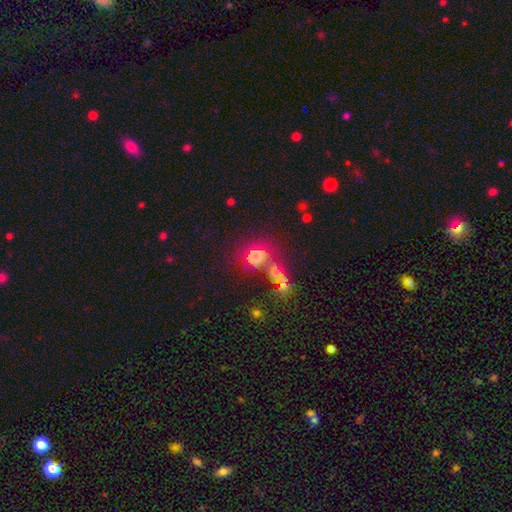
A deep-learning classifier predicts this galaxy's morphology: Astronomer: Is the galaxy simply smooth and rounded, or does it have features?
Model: smooth — 58%.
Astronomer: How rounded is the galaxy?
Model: round — 72%.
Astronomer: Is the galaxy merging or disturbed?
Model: none — 47% (runner-up: merger, 30%).